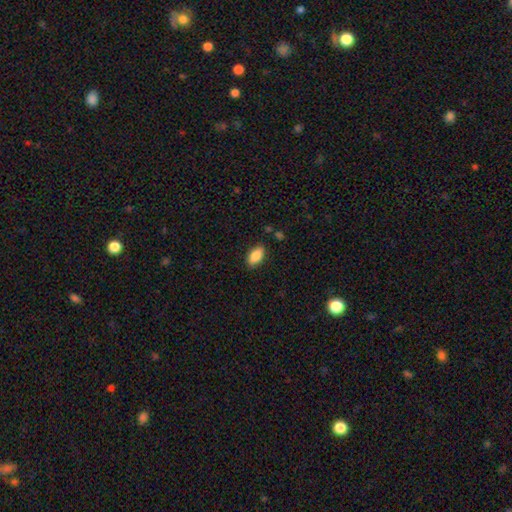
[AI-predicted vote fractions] Overall: smooth (86%). How rounded: in between (91%). Merging: none (86%).